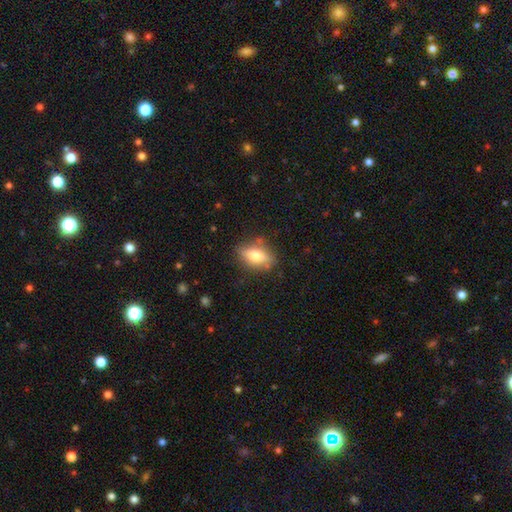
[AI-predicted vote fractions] A smooth galaxy with no disk features (68%) that is in between round and cigar-shaped (79%).

Vote fractions:
- Smooth or featured? smooth: 68% / featured or disk: 25% / star or artifact: 8%
- How rounded? in between: 79% / cigar-shaped: 11% / round: 9%
- Merging? none: 78% / minor disturbance: 16% / major disturbance: 4% / merger: 2%